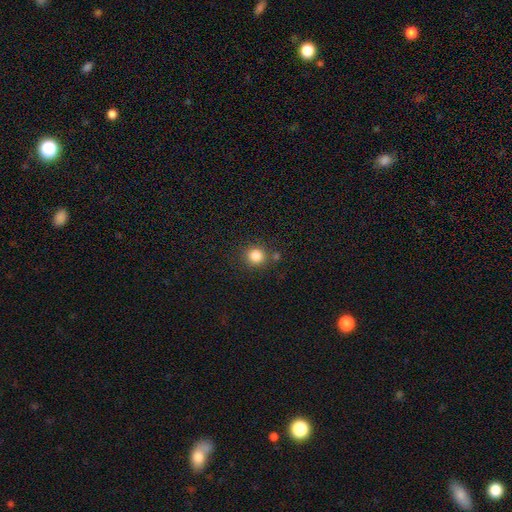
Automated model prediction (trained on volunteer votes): A smooth galaxy with no disk features (83%) that is round (91%).

Vote fractions:
- Smooth or featured? smooth: 83% / star or artifact: 12% / featured or disk: 5%
- How rounded? round: 91% / in between: 9% / cigar-shaped: 1%
- Merging? none: 81% / minor disturbance: 9% / merger: 7% / major disturbance: 3%